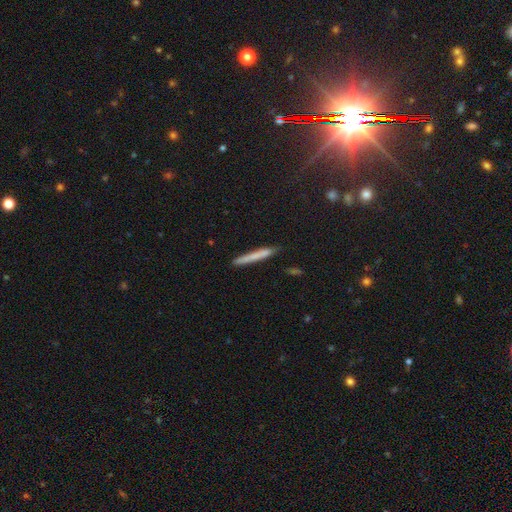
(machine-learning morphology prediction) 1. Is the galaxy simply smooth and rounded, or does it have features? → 69% smooth, 24% featured or disk, 7% star or artifact.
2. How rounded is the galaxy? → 96% cigar-shaped, 2% in between, 1% round.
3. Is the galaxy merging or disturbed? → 85% none, 11% minor disturbance, 2% major disturbance, 2% merger.